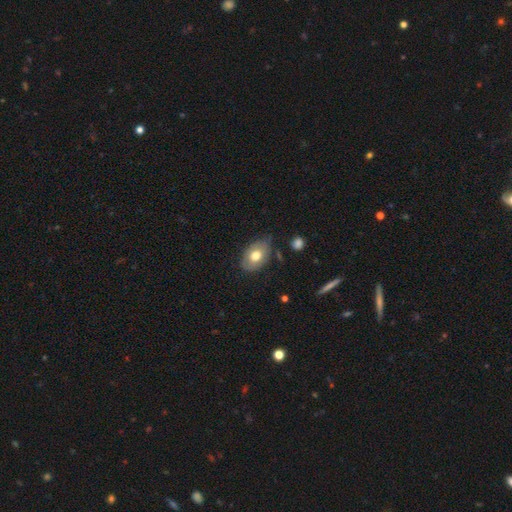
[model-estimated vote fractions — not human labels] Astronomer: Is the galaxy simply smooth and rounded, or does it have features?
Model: smooth — 67%.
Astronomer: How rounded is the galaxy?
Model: in between — 86%.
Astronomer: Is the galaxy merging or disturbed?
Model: none — 69%.